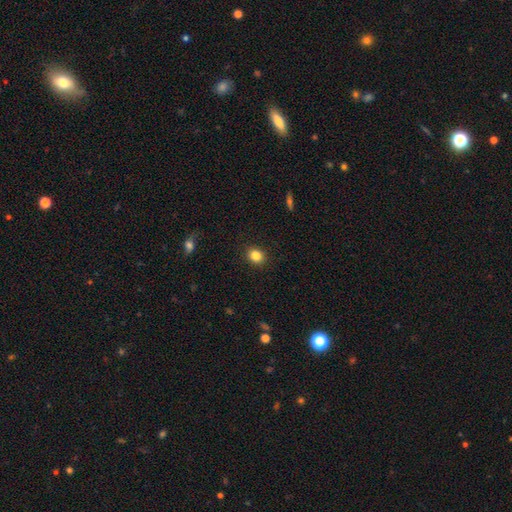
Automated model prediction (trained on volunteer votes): Overall: smooth (84%). How rounded: round (68%; in between 31%). Merging: none (90%).